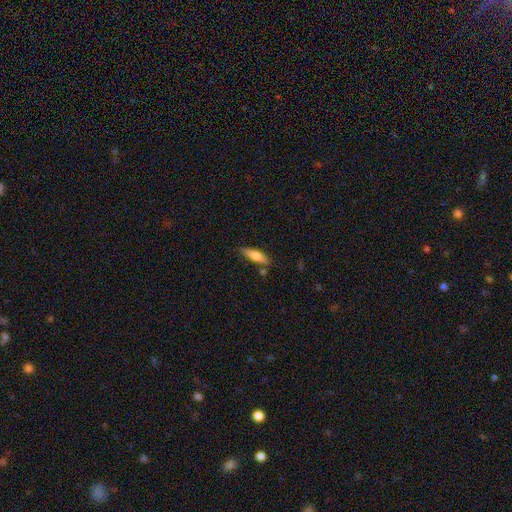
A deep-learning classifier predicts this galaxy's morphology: The model was most divided on "how rounded": cigar-shaped: 64%, in between: 34%, round: 2%. More confident: merging — none (78%); smooth or featured — smooth (65%).